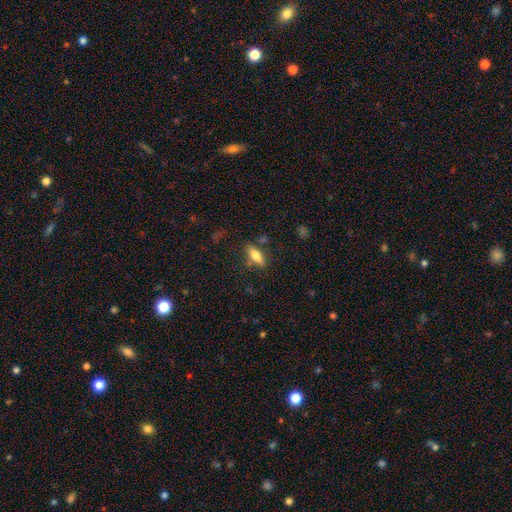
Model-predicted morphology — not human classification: This is possibly a smooth galaxy (59%). How rounded: likely in between (66%). Merging: likely none (79%).